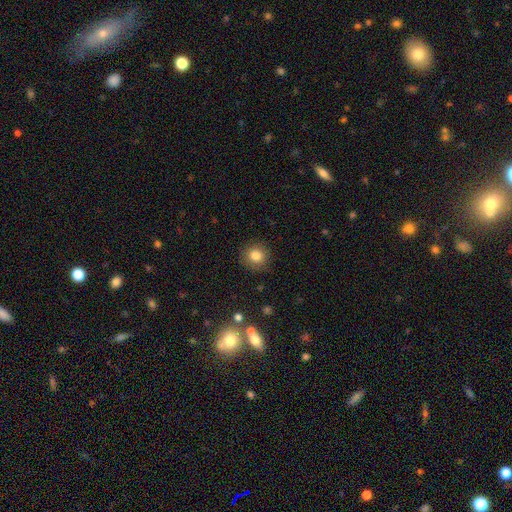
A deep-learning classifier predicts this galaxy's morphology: Q: Smooth or featured?
A: smooth (82%); runner-up: star or artifact (11%)
Q: How rounded?
A: round (92%); runner-up: in between (7%)
Q: Merging?
A: none (90%); runner-up: minor disturbance (7%)